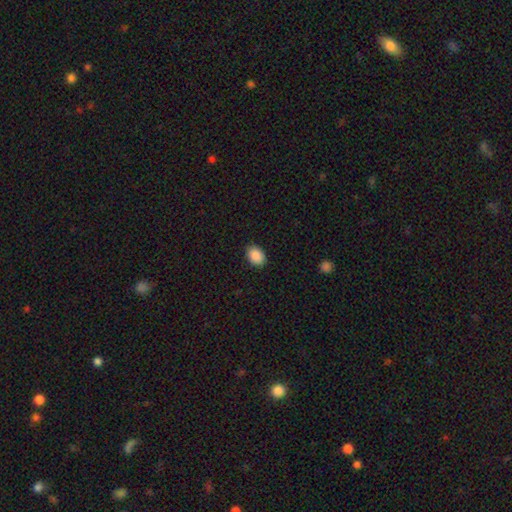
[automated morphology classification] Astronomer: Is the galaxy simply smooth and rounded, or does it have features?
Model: smooth — 90%.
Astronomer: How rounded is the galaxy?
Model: in between — 75%.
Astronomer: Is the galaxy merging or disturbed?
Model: none — 89%.